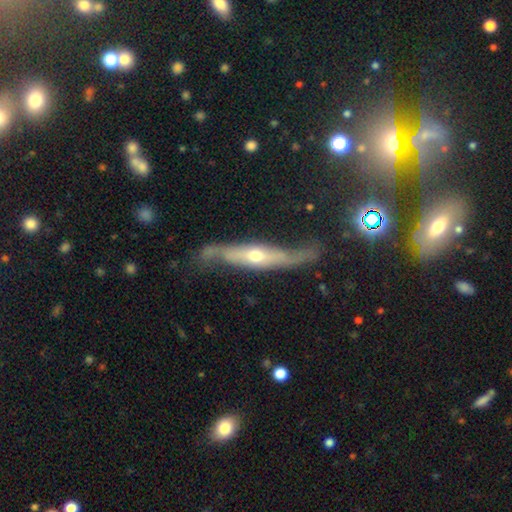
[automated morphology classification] smooth_or_featured: featured or disk (p=0.72) [alt: smooth p=0.22]
disk_edge_on: yes (p=0.62) [alt: no p=0.38]
merging: none (p=0.55) [alt: minor disturbance p=0.27]